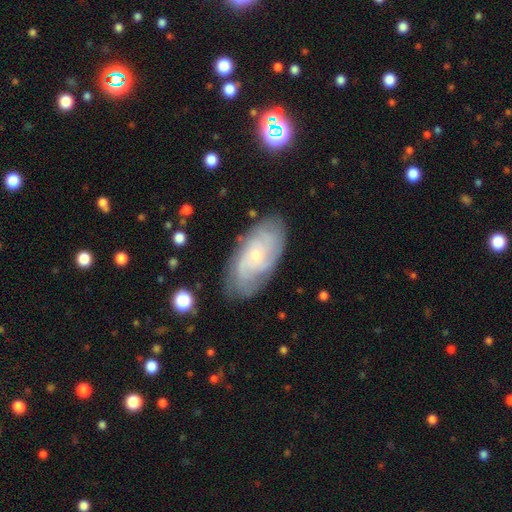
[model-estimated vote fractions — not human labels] This is likely a featured or disk galaxy (71%). It is clearly not viewed edge-on (93%). Bar: likely no (76%). Spiral arm pattern: clearly yes (89%). Spiral arm count: possibly can't tell (50%). Spiral winding: likely tight (60%). Central bulge: likely small (75%). Merging: likely none (77%).